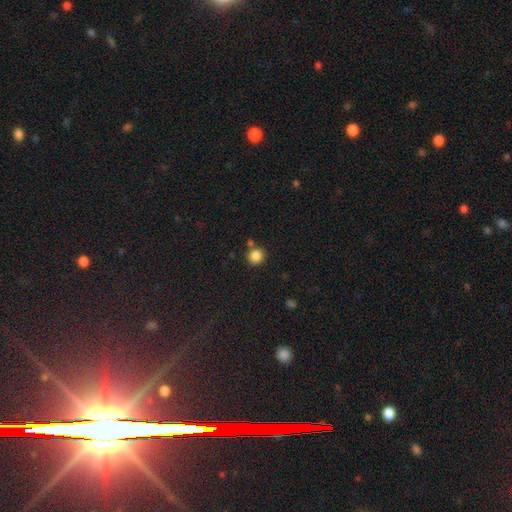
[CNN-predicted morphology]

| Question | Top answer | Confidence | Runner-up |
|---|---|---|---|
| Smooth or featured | smooth | 85% | star or artifact (11%) |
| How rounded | round | 90% | in between (9%) |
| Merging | none | 76% | merger (13%) |